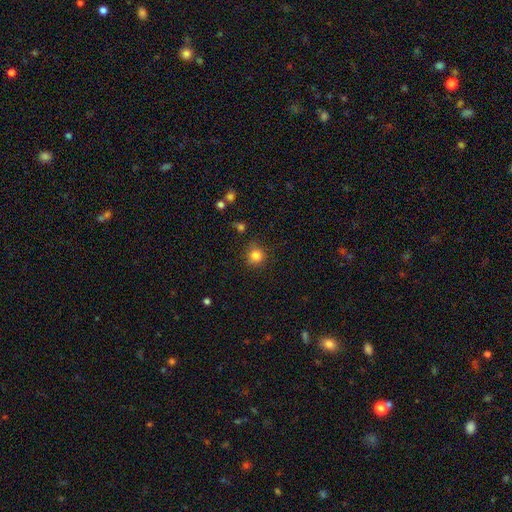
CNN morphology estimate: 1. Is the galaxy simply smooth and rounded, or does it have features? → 83% smooth, 12% star or artifact, 5% featured or disk.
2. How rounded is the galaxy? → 91% round, 8% in between, 1% cigar-shaped.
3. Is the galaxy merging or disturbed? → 85% none, 10% minor disturbance, 3% major disturbance, 2% merger.